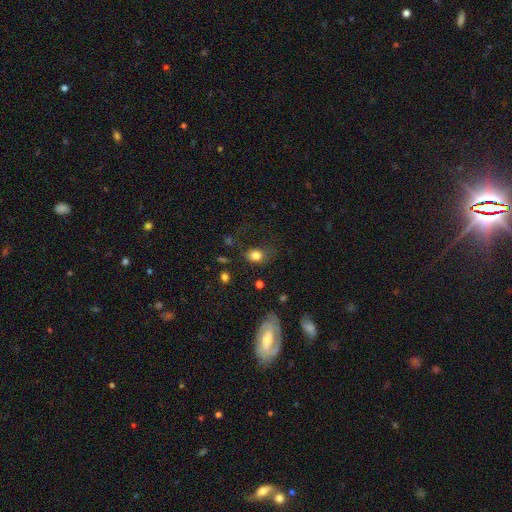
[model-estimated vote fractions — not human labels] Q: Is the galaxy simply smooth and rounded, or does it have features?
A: smooth — 81%.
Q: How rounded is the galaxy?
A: round — 56%.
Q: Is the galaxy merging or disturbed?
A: none — 61%.